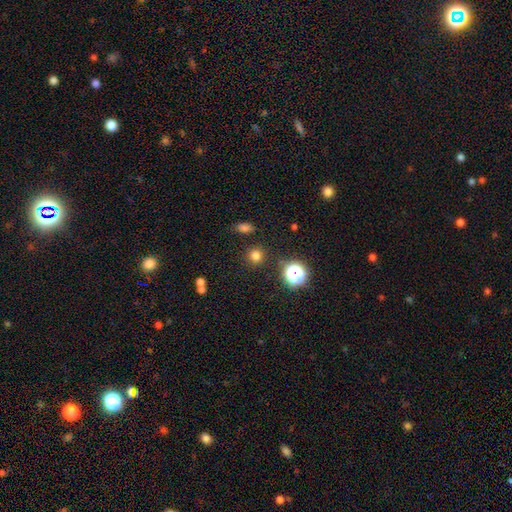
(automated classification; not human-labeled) This appears to be a smooth galaxy with no disk features (77%) that is round (92%). Merging: none (88%).